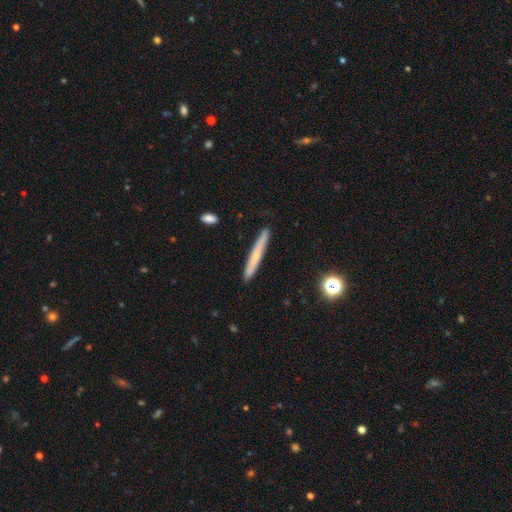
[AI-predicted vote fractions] The model was most divided on "smooth or featured": smooth: 52%, featured or disk: 40%, star or artifact: 7%. More confident: how rounded — cigar-shaped (96%); merging — none (89%).